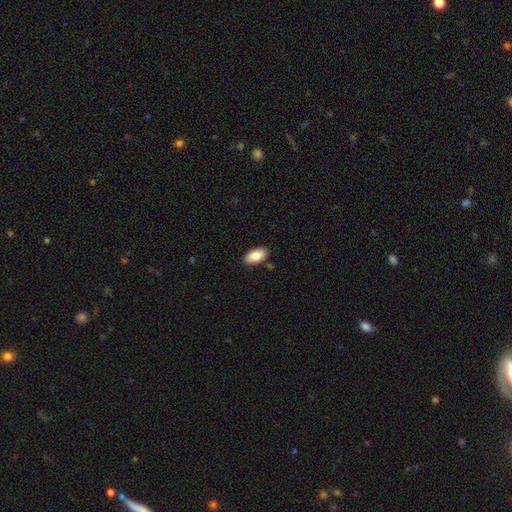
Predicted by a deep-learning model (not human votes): Overall: smooth (86%). How rounded: in between (94%). Merging: none (86%).